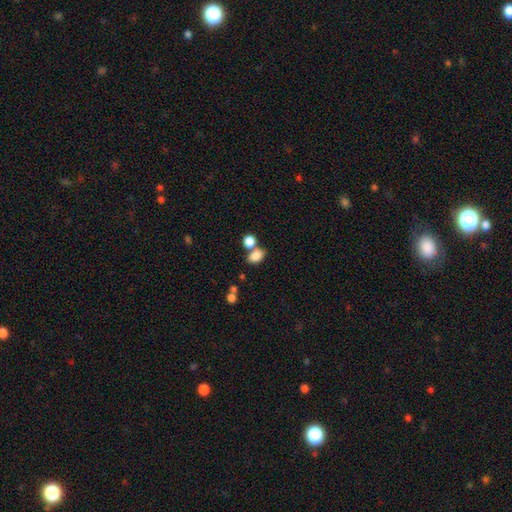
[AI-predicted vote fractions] A smooth galaxy with no disk features (83%) that is in between round and cigar-shaped (80%). Merging: none (51%).